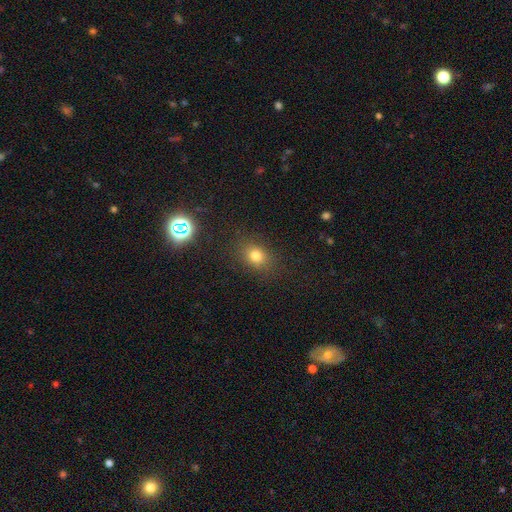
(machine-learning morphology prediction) The model was most divided on "how rounded": in between: 50%, round: 48%, cigar-shaped: 1%. More confident: merging — none (83%); smooth or featured — smooth (75%).